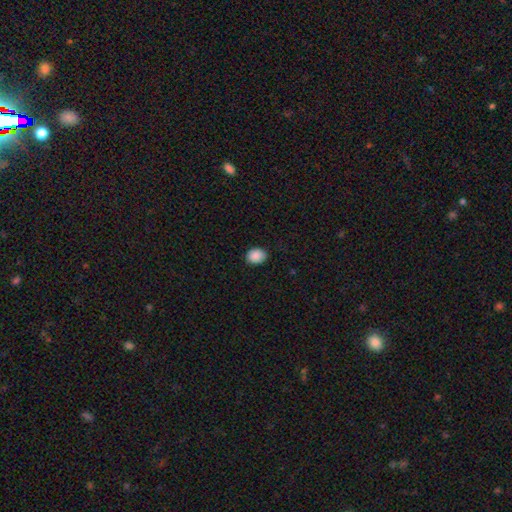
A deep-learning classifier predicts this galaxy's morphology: Smooth or featured? smooth (89%)
How rounded? in between (50%)
Merging? none (88%)